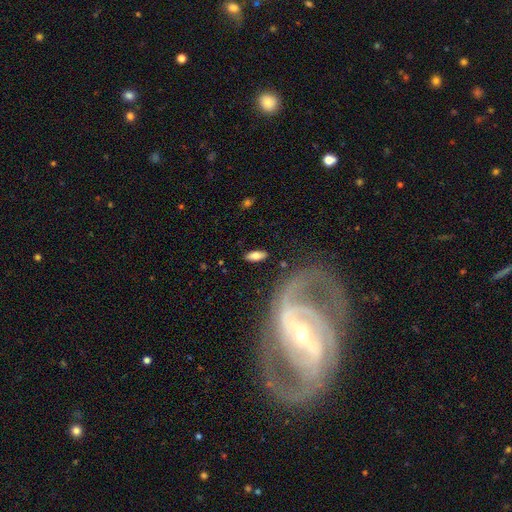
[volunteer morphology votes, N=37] Overall: smooth (76%). How rounded: in between (79%). Merging: none (80%).